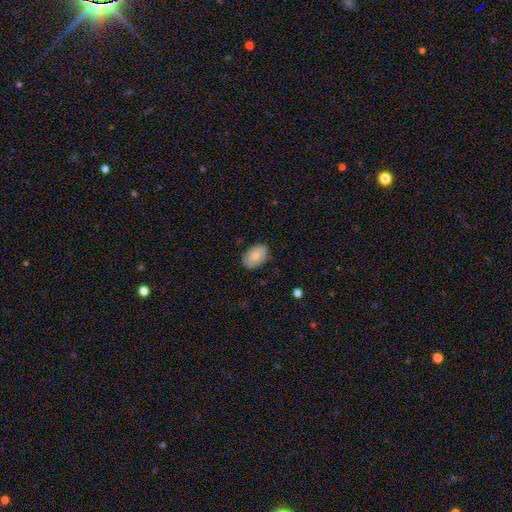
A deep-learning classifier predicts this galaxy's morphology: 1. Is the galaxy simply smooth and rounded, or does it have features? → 78% smooth, 15% featured or disk, 7% star or artifact.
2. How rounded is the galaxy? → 85% in between, 14% round, 1% cigar-shaped.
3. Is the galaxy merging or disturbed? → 82% none, 15% minor disturbance, 3% major disturbance, 1% merger.